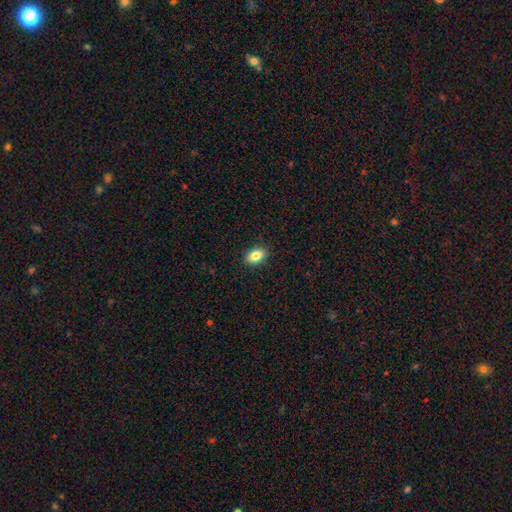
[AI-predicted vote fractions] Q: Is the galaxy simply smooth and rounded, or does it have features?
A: smooth — 83%.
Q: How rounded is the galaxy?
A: in between — 87%.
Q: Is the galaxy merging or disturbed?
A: none — 90%.